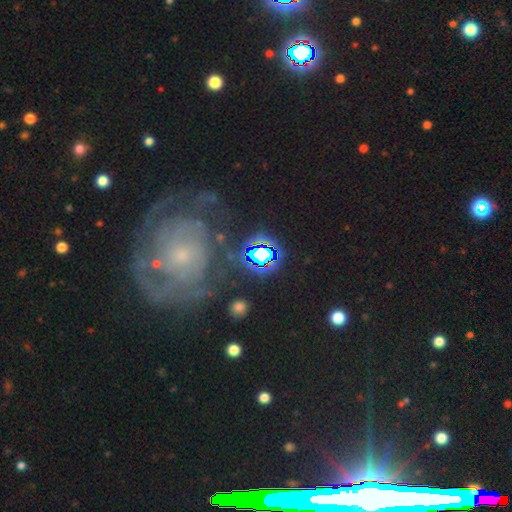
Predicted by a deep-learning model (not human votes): This is possibly a featured or disk galaxy (49%). Merging: likely none (71%).